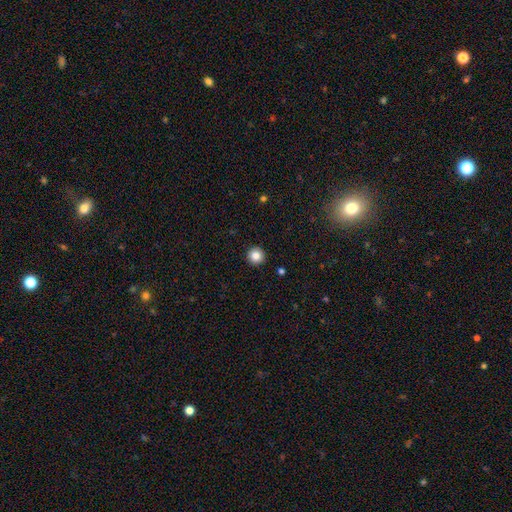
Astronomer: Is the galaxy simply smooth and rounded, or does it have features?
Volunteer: smooth — 87%.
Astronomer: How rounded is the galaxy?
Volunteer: round — 97%.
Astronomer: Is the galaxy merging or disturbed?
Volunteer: none — 86%.